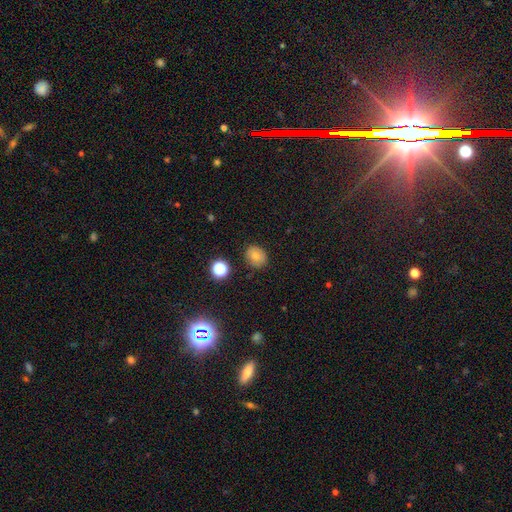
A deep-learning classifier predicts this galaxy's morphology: smooth_or_featured: smooth (p=0.75) [alt: star or artifact p=0.14]
how_rounded: round (p=0.60) [alt: in between p=0.39]
merging: none (p=0.84) [alt: minor disturbance p=0.11]